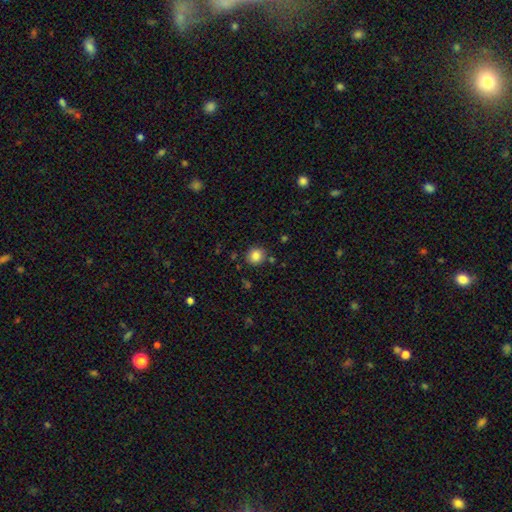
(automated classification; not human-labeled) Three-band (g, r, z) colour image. It shows a smooth galaxy with no disk features (85%) that is round (86%). Merging: none (84%).